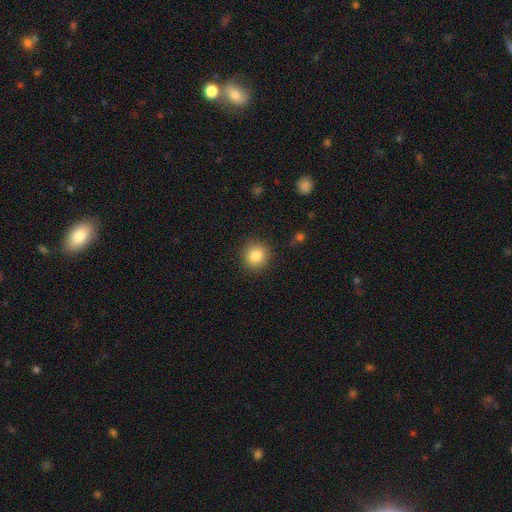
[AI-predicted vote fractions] The model was most divided on "smooth or featured": smooth: 83%, star or artifact: 10%, featured or disk: 7%. More confident: how rounded — round (91%); merging — none (90%).